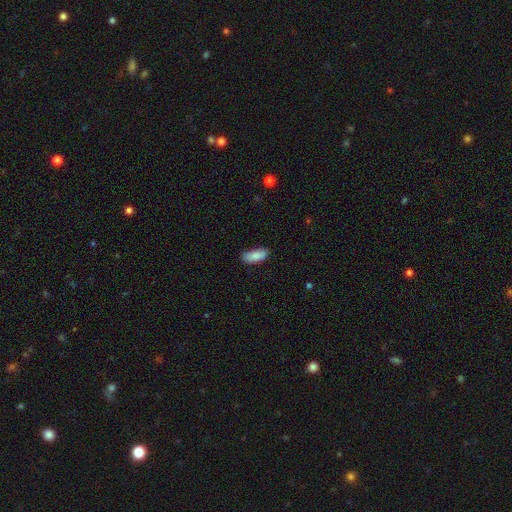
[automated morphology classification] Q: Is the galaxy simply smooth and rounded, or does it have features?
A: smooth — 87%.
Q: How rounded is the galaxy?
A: in between — 83%.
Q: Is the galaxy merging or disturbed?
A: none — 82%.